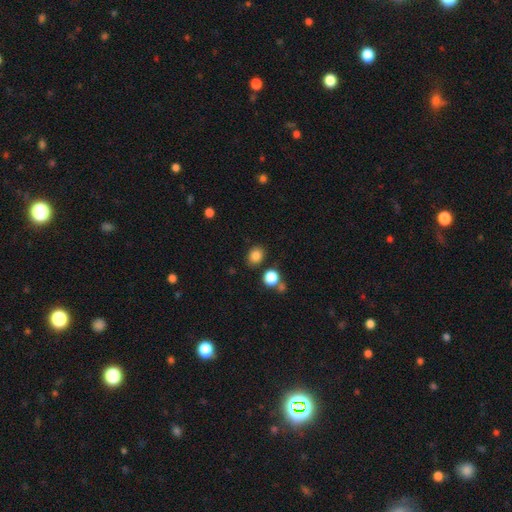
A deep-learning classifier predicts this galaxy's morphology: The model was most divided on "how rounded": round: 55%, in between: 44%, cigar-shaped: 1%. More confident: smooth or featured — smooth (84%); merging — none (82%).